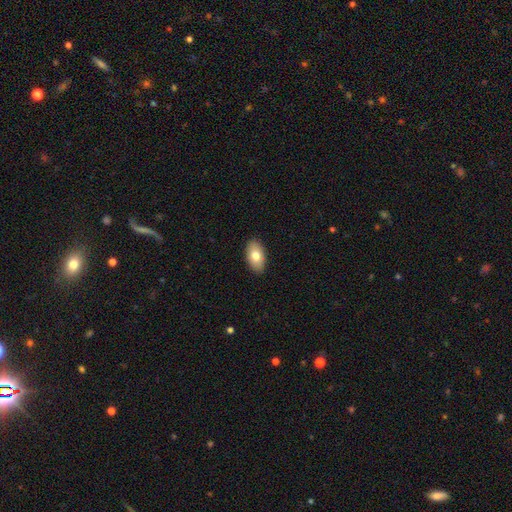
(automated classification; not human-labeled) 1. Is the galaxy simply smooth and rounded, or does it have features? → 78% smooth, 16% featured or disk, 7% star or artifact.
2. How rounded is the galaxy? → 94% in between, 4% round, 2% cigar-shaped.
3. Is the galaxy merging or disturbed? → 89% none, 8% minor disturbance, 2% major disturbance, 1% merger.